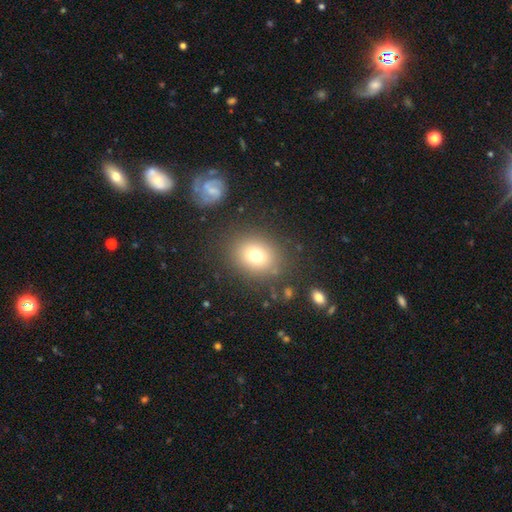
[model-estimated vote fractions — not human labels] Q: Smooth or featured?
A: smooth (74%); runner-up: star or artifact (14%)
Q: How rounded?
A: round (59%); runner-up: in between (40%)
Q: Merging?
A: none (82%); runner-up: minor disturbance (10%)